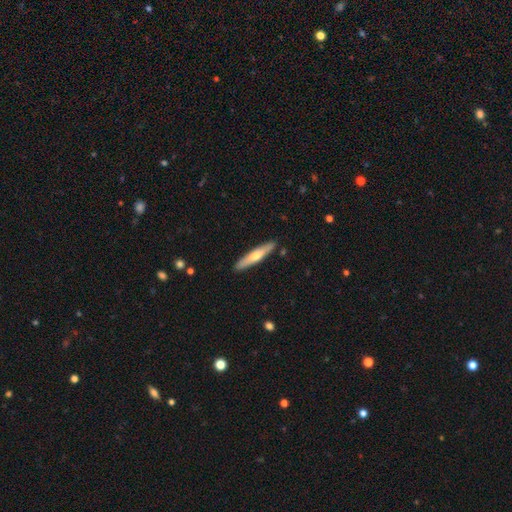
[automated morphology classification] type=smooth (55%); roundness=cigar-shaped (89%); merging=none (89%).